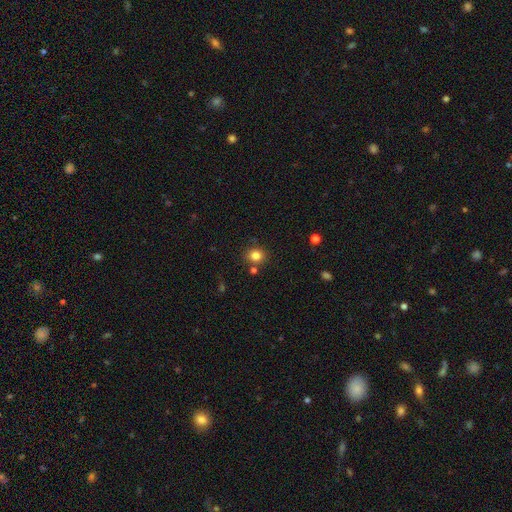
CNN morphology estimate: Smooth or featured?
  - smooth: 82% *
  - star or artifact: 12%
  - featured or disk: 6%
How rounded?
  - round: 78% *
  - in between: 21%
  - cigar-shaped: 1%
Merging?
  - none: 79% *
  - minor disturbance: 10%
  - merger: 8%
  - major disturbance: 3%